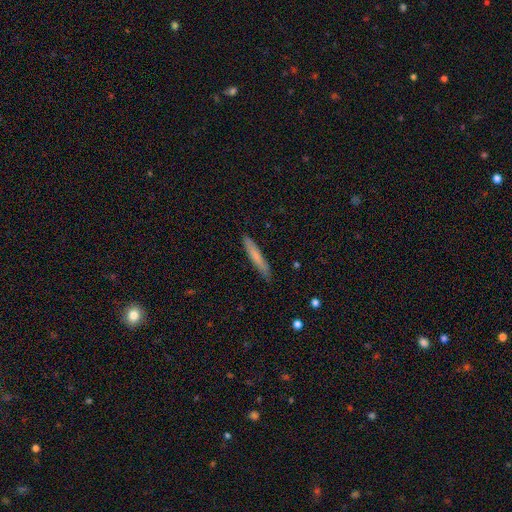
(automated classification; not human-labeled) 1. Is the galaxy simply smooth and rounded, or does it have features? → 70% smooth, 24% featured or disk, 6% star or artifact.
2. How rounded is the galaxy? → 94% cigar-shaped, 5% in between, 1% round.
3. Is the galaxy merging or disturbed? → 87% none, 10% minor disturbance, 2% major disturbance, 1% merger.